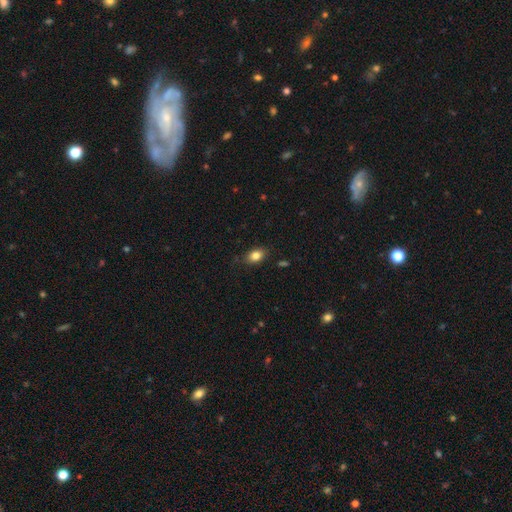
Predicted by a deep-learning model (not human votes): A smooth galaxy with no disk features (83%) that is in between round and cigar-shaped (78%). Merging: none (79%).